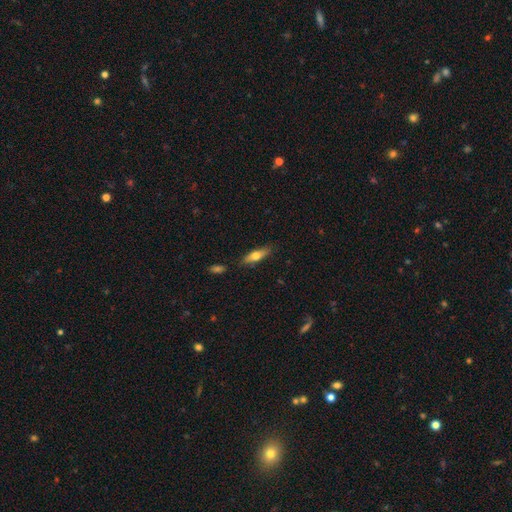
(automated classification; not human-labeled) smooth_or_featured: smooth (p=0.60) [alt: featured or disk p=0.33]
how_rounded: cigar-shaped (p=0.53) [alt: in between p=0.44]
merging: none (p=0.82) [alt: minor disturbance p=0.12]